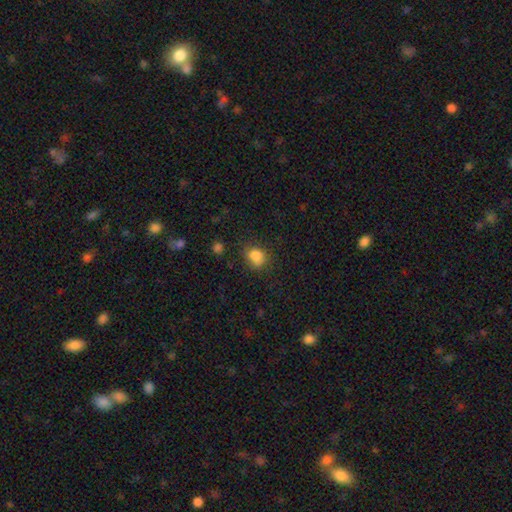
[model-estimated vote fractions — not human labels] Overall: smooth (82%). How rounded: round (52%; in between 47%). Merging: none (58%; minor disturbance 26%).